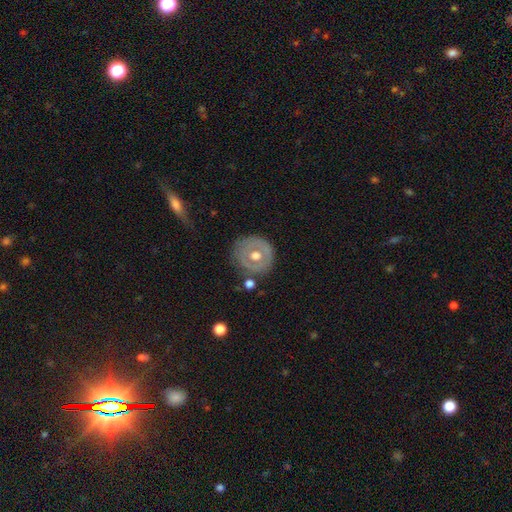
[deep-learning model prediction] Smooth or featured: featured or disk — 53% (smooth — 40%)
Edge-on disk: no — 94% (yes — 6%)
Merging: none — 76% (minor disturbance — 14%)